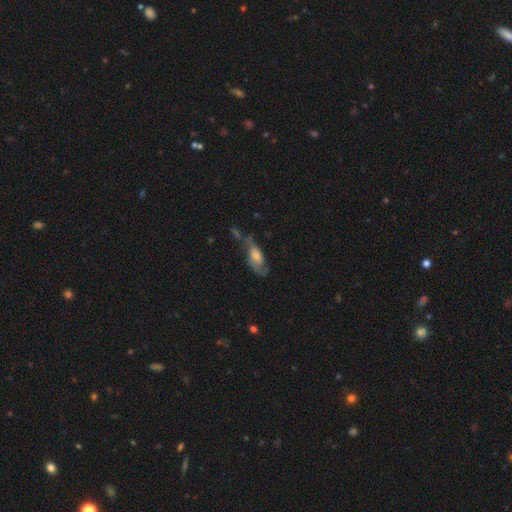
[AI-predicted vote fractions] smooth_or_featured: featured or disk (p=0.54) [alt: smooth p=0.35]
disk_edge_on: no (p=0.83) [alt: yes p=0.17]
merging: none (p=0.42) [alt: minor disturbance p=0.25]